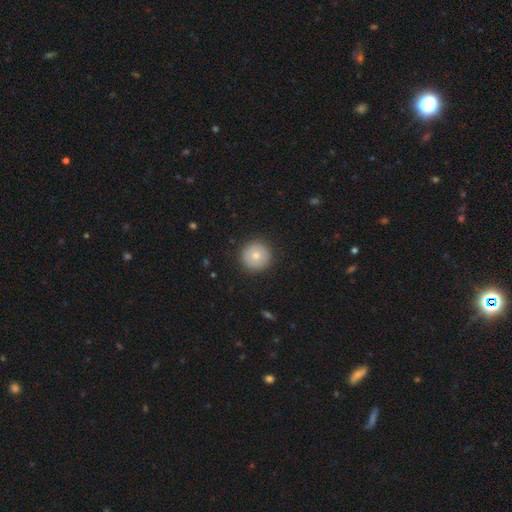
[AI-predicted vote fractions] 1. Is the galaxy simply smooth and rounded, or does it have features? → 75% smooth, 16% featured or disk, 9% star or artifact.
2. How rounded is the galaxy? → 96% round, 3% in between, 1% cigar-shaped.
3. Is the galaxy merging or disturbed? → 91% none, 6% minor disturbance, 2% major disturbance, 1% merger.